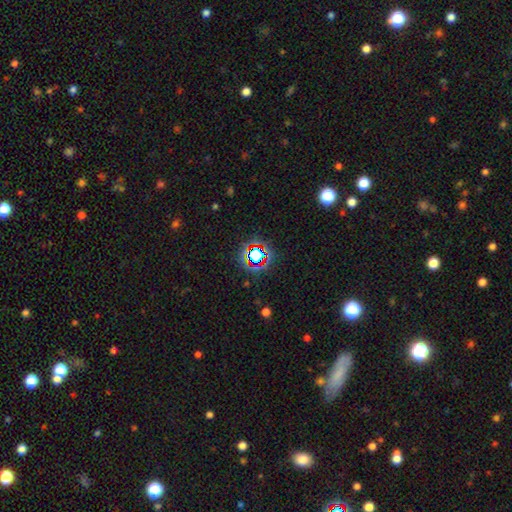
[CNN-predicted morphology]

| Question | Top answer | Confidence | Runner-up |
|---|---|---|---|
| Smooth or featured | star or artifact | 70% | smooth (18%) |